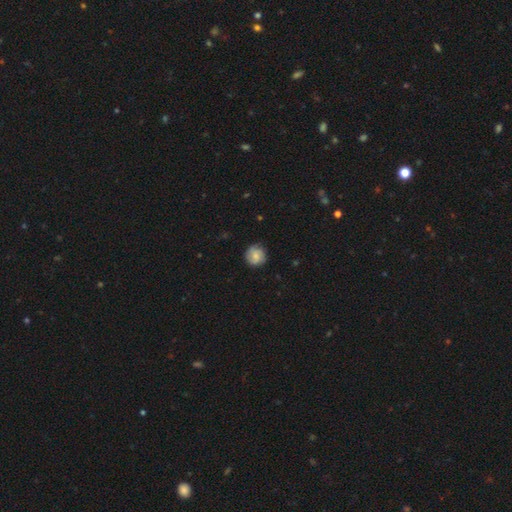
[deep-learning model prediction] This is possibly a smooth galaxy (59%). How rounded: clearly round (91%). Merging: clearly none (81%).